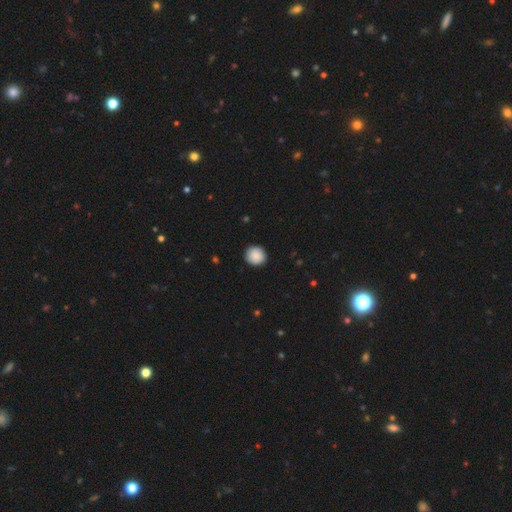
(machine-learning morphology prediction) Smooth or featured? Predicted: smooth (p=0.89). How rounded? Predicted: round (p=0.91). Merging? Predicted: none (p=0.91).